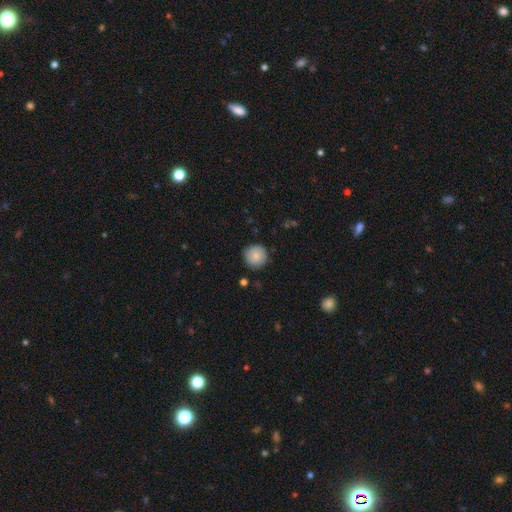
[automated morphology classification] Smooth or featured? smooth (84%)
How rounded? round (95%)
Merging? none (87%)